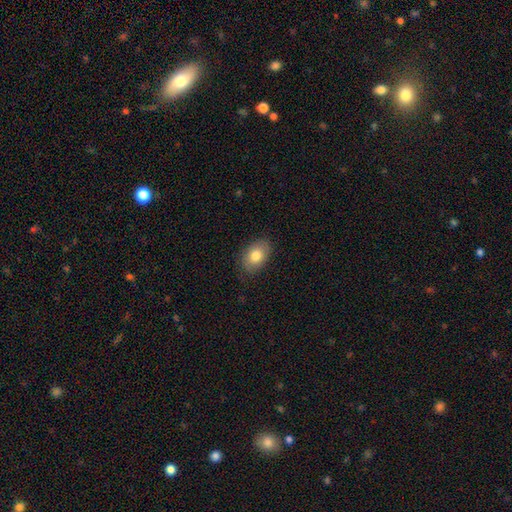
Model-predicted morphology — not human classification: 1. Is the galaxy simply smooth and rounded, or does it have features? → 80% smooth, 12% featured or disk, 7% star or artifact.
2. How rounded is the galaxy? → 85% in between, 14% round, 1% cigar-shaped.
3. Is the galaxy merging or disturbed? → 80% none, 16% minor disturbance, 3% major disturbance, 1% merger.